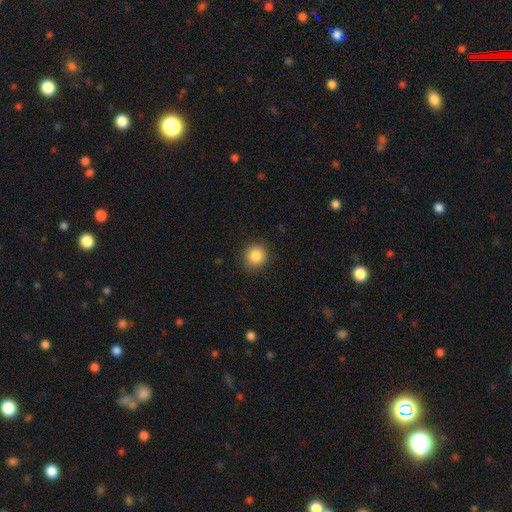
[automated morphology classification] Smooth or featured: smooth — 86% (star or artifact — 9%)
How rounded: round — 93% (in between — 7%)
Merging: none — 89% (minor disturbance — 8%)